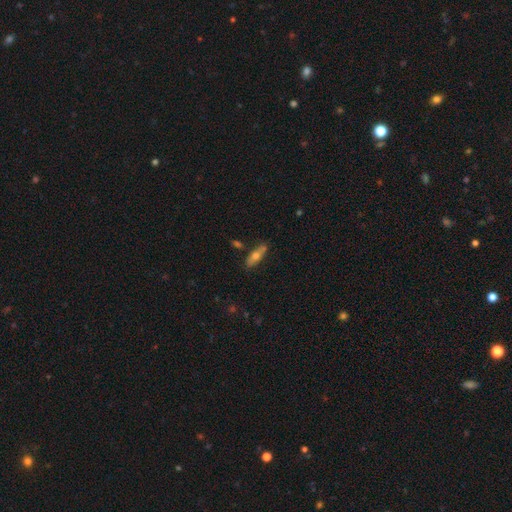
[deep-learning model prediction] Q: Smooth or featured?
A: smooth (57%); runner-up: featured or disk (36%)
Q: How rounded?
A: in between (61%); runner-up: cigar-shaped (36%)
Q: Merging?
A: none (73%); runner-up: minor disturbance (17%)